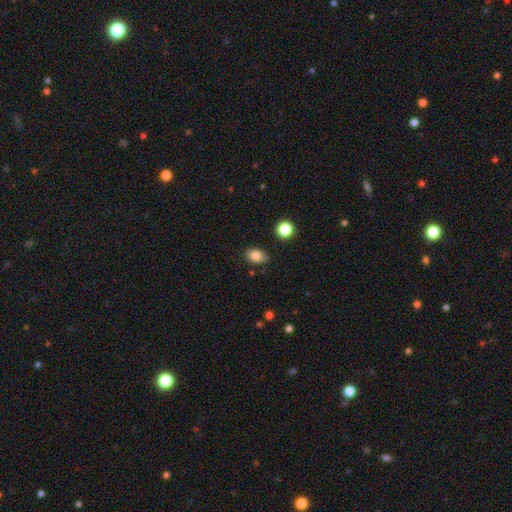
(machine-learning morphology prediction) type=smooth (83%); roundness=in between (85%); merging=none (84%).